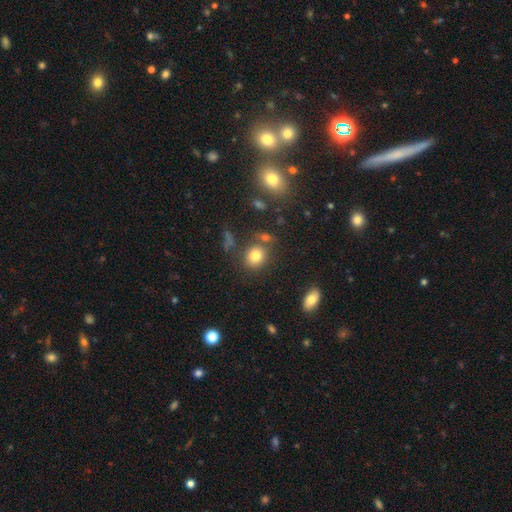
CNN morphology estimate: smooth_or_featured: smooth (p=0.79) [alt: star or artifact p=0.12]
how_rounded: round (p=0.71) [alt: in between p=0.28]
merging: none (p=0.74) [alt: minor disturbance p=0.11]